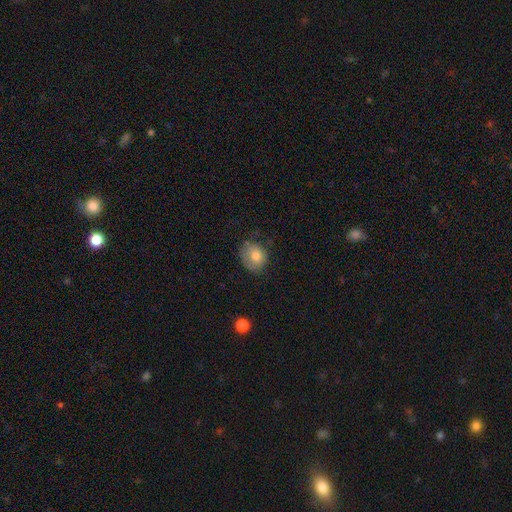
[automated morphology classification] A smooth galaxy with no disk features (76%) that is round (71%).

Vote fractions:
- Smooth or featured? smooth: 76% / featured or disk: 16% / star or artifact: 9%
- How rounded? round: 71% / in between: 28% / cigar-shaped: 1%
- Merging? none: 60% / minor disturbance: 28% / major disturbance: 10% / merger: 2%